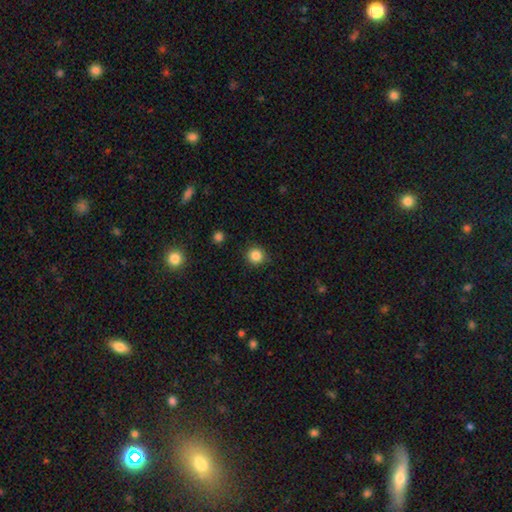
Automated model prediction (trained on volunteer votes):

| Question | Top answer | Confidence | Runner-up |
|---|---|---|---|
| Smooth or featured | smooth | 85% | star or artifact (11%) |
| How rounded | round | 94% | in between (5%) |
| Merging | none | 90% | minor disturbance (7%) |